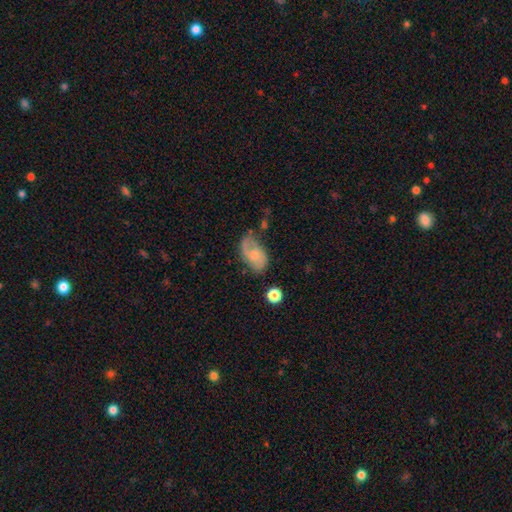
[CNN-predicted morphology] Overall: featured or disk (59%; smooth 33%). Edge-on disk: no (96%). Bar: no (64%; weak 32%). Spiral arms: yes (87%). Bulge size: small (46%; moderate 35%). Merging: none (56%; minor disturbance 27%).